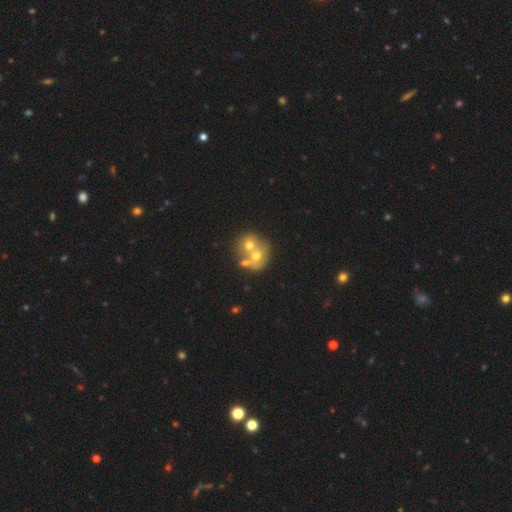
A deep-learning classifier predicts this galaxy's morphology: Q: Smooth or featured?
A: smooth (51%); runner-up: featured or disk (37%)
Q: How rounded?
A: round (73%); runner-up: in between (26%)
Q: Merging?
A: merger (63%); runner-up: none (26%)